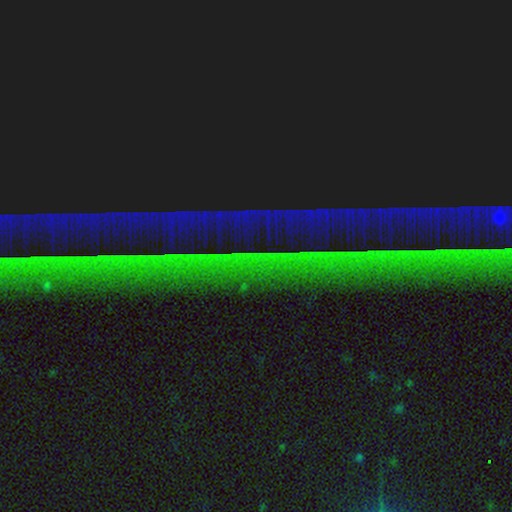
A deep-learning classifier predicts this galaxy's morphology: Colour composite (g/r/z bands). It shows a star or artifact, not a galaxy (88%).